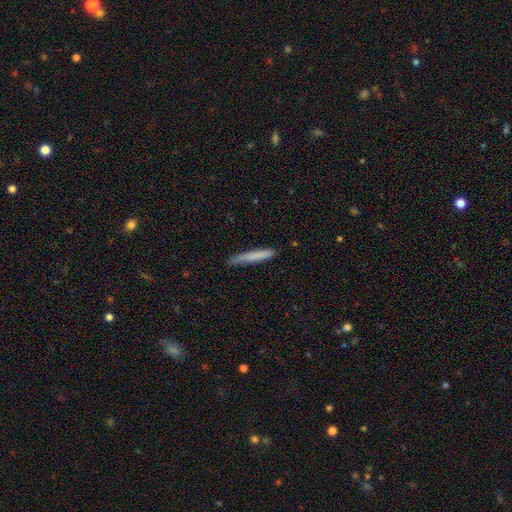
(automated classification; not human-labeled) Smooth or featured?
  - smooth: 76% *
  - featured or disk: 19%
  - star or artifact: 6%
How rounded?
  - cigar-shaped: 95% *
  - in between: 4%
  - round: 1%
Merging?
  - none: 77% *
  - minor disturbance: 18%
  - major disturbance: 3%
  - merger: 2%